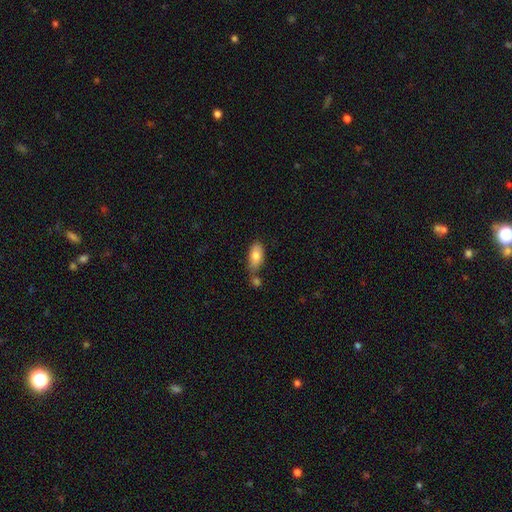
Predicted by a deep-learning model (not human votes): smooth 80%, featured or disk 13%, star or artifact 7%. Down the decision tree: how rounded — in between (90%); merging — none (53%).